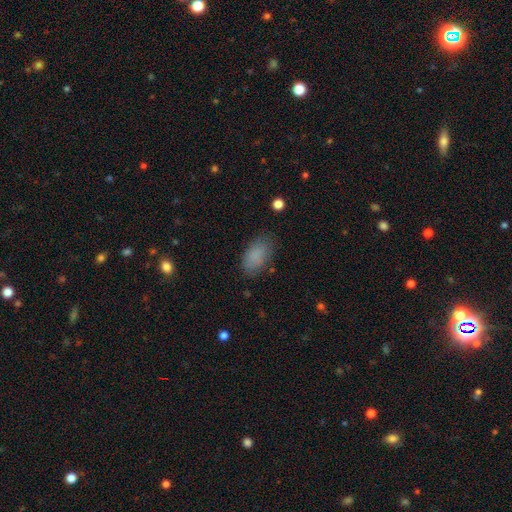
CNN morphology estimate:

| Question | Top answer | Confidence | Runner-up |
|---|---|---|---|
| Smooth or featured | smooth | 86% | star or artifact (8%) |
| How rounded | in between | 93% | round (5%) |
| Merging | none | 79% | minor disturbance (15%) |